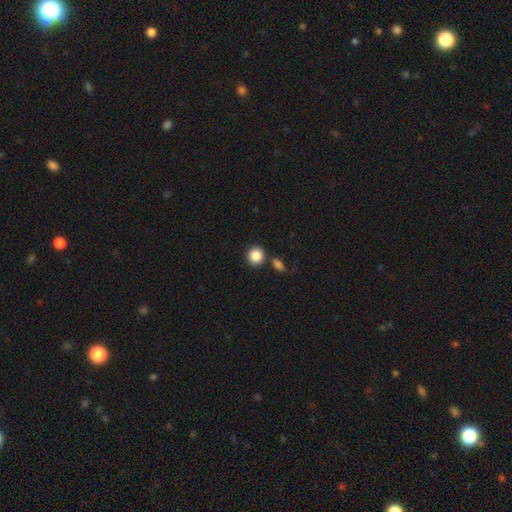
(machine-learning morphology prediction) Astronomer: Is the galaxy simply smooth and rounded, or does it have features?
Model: smooth — 87%.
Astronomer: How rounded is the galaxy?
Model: round — 89%.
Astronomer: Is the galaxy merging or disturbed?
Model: none — 79%.